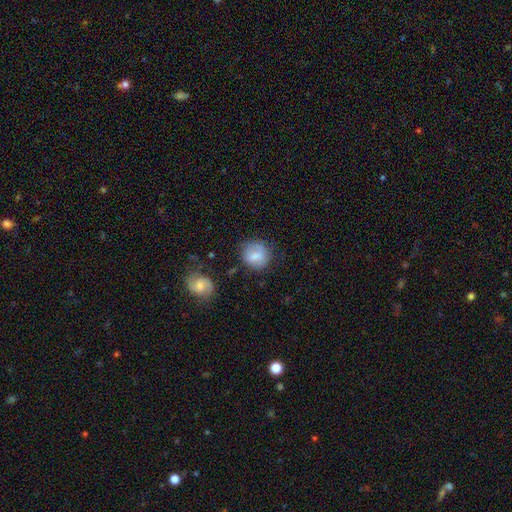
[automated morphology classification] This is likely a smooth galaxy (72%). How rounded: likely round (79%). Merging: likely none (64%).